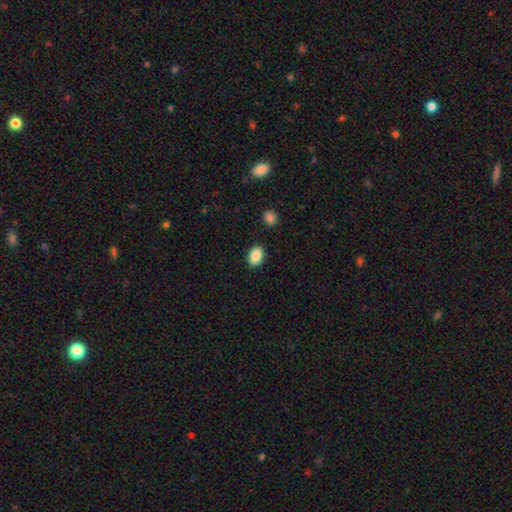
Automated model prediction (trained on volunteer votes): smooth-or-featured: smooth: 88% | star or artifact: 8% | featured or disk: 4%
  how-rounded: in between: 81% | round: 18% | cigar-shaped: 1%
  merging: none: 87% | minor disturbance: 8% | major disturbance: 2% | merger: 2%